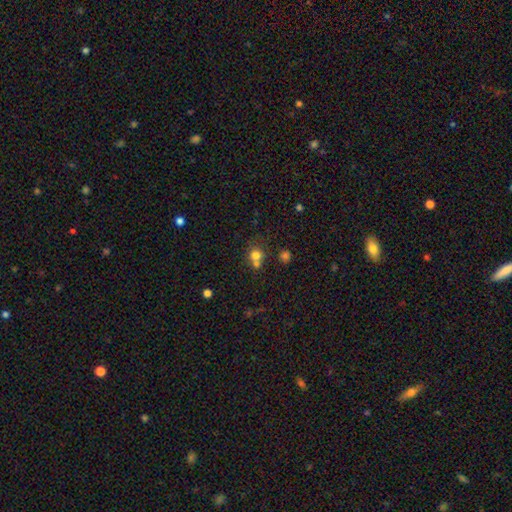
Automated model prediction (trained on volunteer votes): smooth 75%, star or artifact 15%, featured or disk 10%. Down the decision tree: how rounded — round (84%); merging — none (47%).